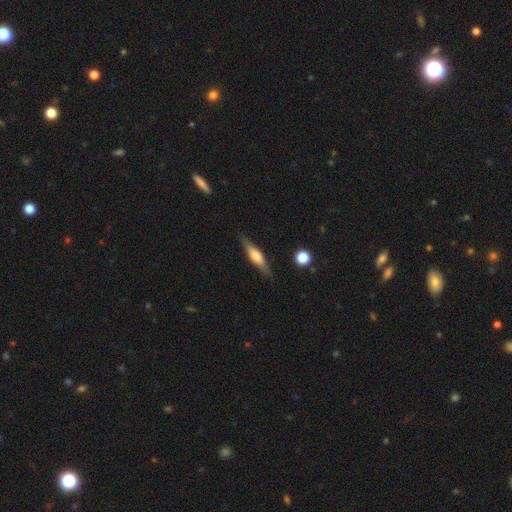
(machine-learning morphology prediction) This appears to be a featured or disk galaxy (58%) viewed edge-on (95%) with a rounded central bulge (78%). Merging: none (86%).